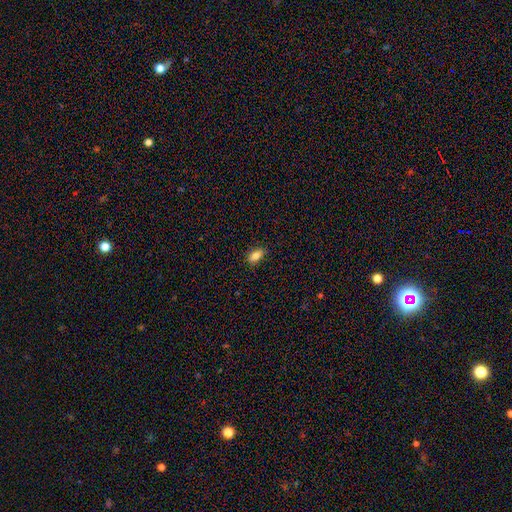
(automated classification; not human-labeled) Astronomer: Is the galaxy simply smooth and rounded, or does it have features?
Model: smooth — 83%.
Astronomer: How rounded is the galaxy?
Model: in between — 86%.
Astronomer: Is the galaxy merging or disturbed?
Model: none — 83%.